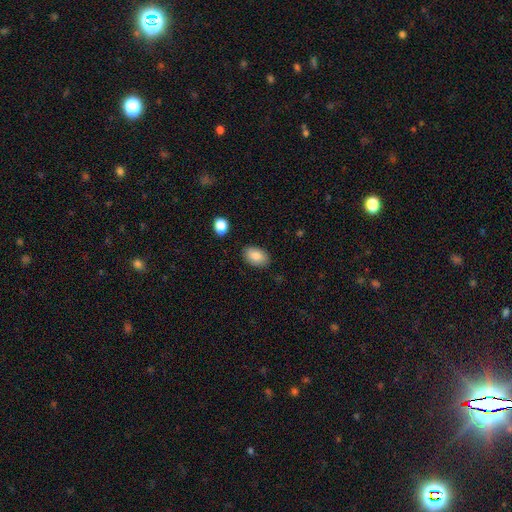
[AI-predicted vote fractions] Smooth or featured? smooth (84%)
How rounded? in between (89%)
Merging? none (85%)